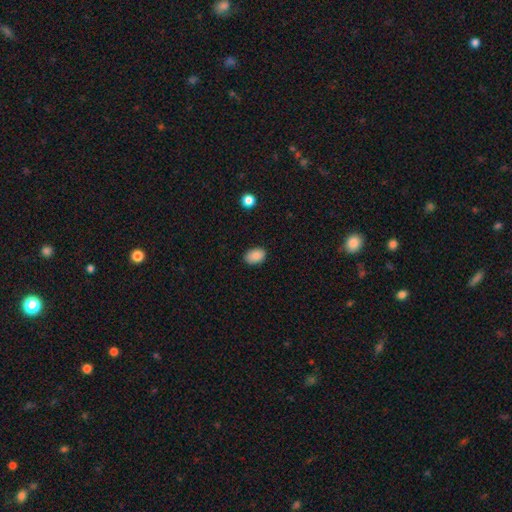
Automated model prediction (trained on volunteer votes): Smooth or featured?
  - smooth: 87% *
  - star or artifact: 8%
  - featured or disk: 5%
How rounded?
  - in between: 84% *
  - round: 15%
  - cigar-shaped: 1%
Merging?
  - none: 86% *
  - minor disturbance: 10%
  - major disturbance: 2%
  - merger: 1%